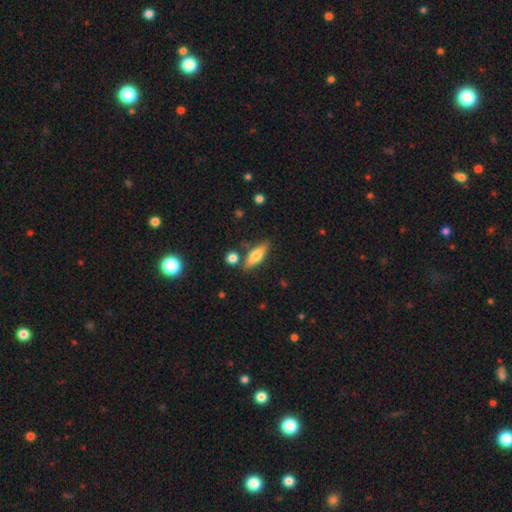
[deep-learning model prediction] smooth 62%, featured or disk 31%, star or artifact 7%. Down the decision tree: how rounded — in between (52%); merging — none (77%).